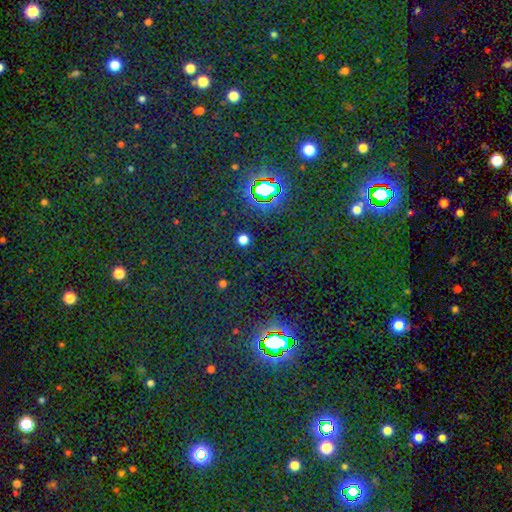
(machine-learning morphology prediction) Smooth or featured?
  - star or artifact: 76% *
  - smooth: 16%
  - featured or disk: 8%